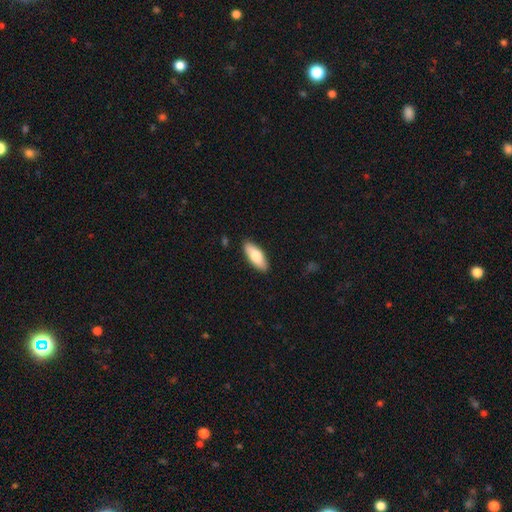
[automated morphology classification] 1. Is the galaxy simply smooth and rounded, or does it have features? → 75% smooth, 19% featured or disk, 6% star or artifact.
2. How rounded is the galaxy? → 74% in between, 24% cigar-shaped, 2% round.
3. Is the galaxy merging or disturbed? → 89% none, 8% minor disturbance, 2% major disturbance, 1% merger.